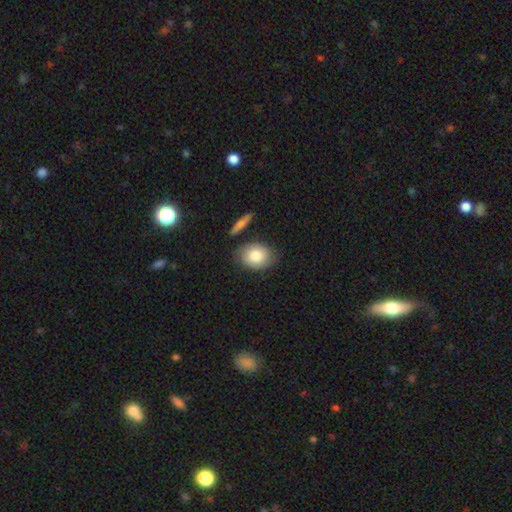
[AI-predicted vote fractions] Smooth or featured? Predicted: smooth (p=0.76). How rounded? Predicted: in between (p=0.67). Merging? Predicted: none (p=0.74).